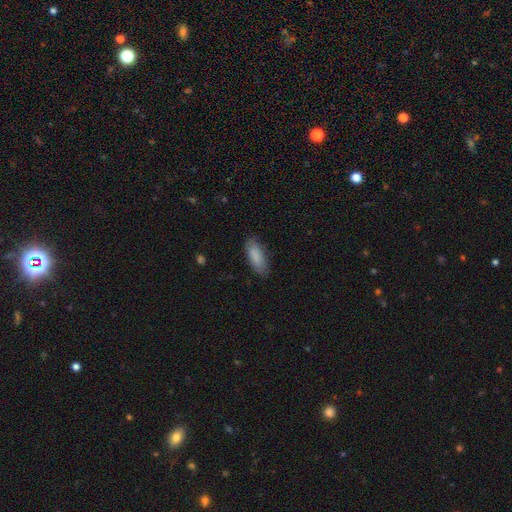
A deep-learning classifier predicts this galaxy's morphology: Smooth or featured?
  - smooth: 86% *
  - featured or disk: 8%
  - star or artifact: 6%
How rounded?
  - in between: 75% *
  - cigar-shaped: 23%
  - round: 2%
Merging?
  - none: 80% *
  - minor disturbance: 16%
  - major disturbance: 3%
  - merger: 1%